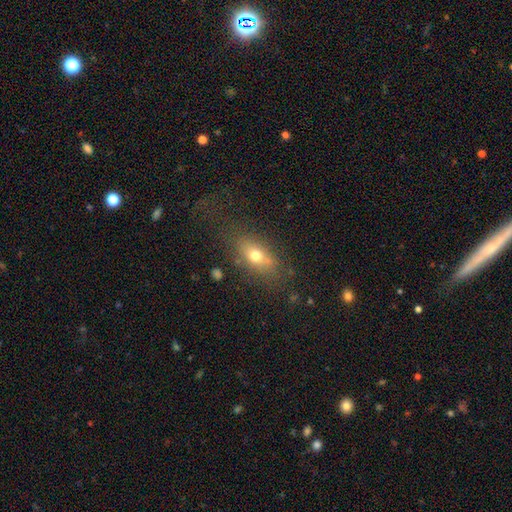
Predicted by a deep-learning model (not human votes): Morphology: type=smooth (69%); roundness=in between (78%); merging=none (72%).